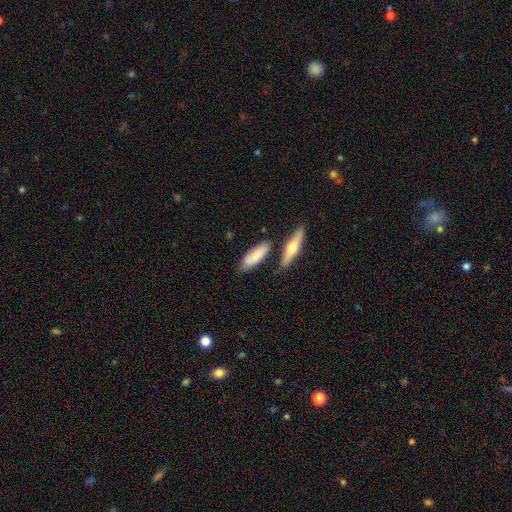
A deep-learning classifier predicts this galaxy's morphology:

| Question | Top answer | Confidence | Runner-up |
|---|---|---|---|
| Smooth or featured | smooth | 74% | featured or disk (20%) |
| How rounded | in between | 57% | cigar-shaped (41%) |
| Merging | none | 68% | minor disturbance (17%) |